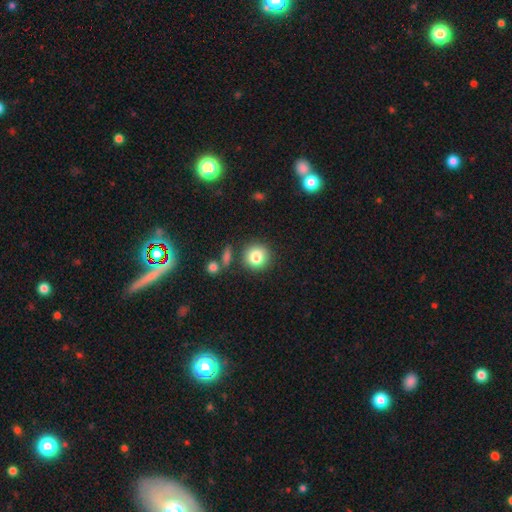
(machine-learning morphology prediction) A smooth galaxy with no disk features (82%) that is round (90%).

Vote fractions:
- Smooth or featured? smooth: 82% / star or artifact: 10% / featured or disk: 8%
- How rounded? round: 90% / in between: 9% / cigar-shaped: 1%
- Merging? none: 81% / minor disturbance: 9% / merger: 7% / major disturbance: 3%